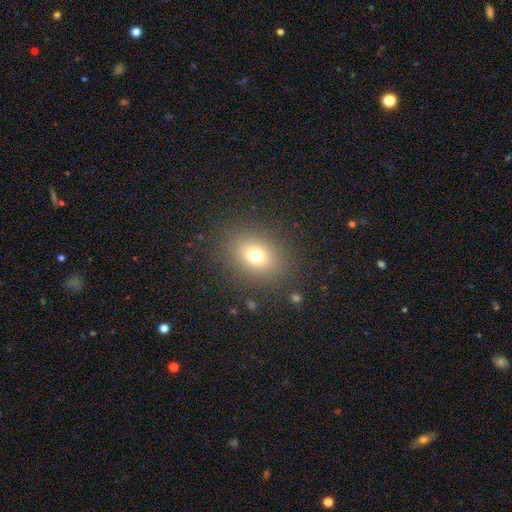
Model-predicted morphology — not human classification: A smooth galaxy with no disk features (72%) that is in between round and cigar-shaped (56%). Merging: none (85%).